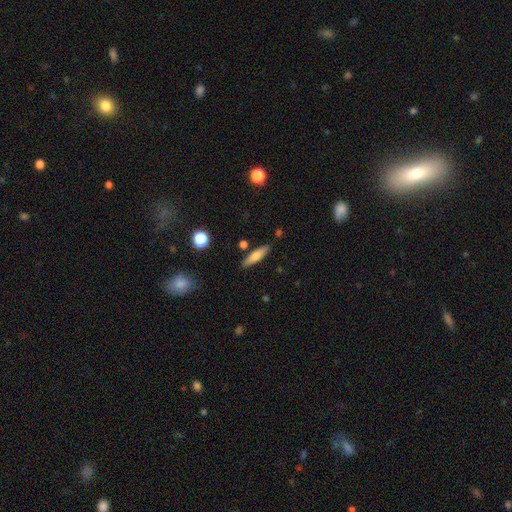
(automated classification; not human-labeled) Smooth or featured: smooth — 67% (featured or disk — 26%)
How rounded: cigar-shaped — 69% (in between — 29%)
Merging: none — 84% (minor disturbance — 10%)